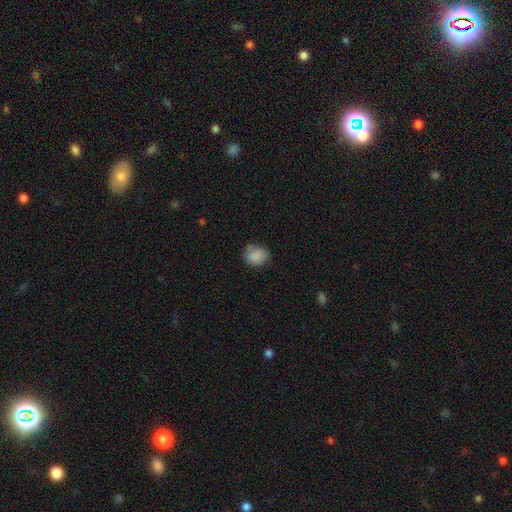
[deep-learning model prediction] This appears to be a smooth galaxy with no disk features (85%) that is round (52%). Merging: none (62%).